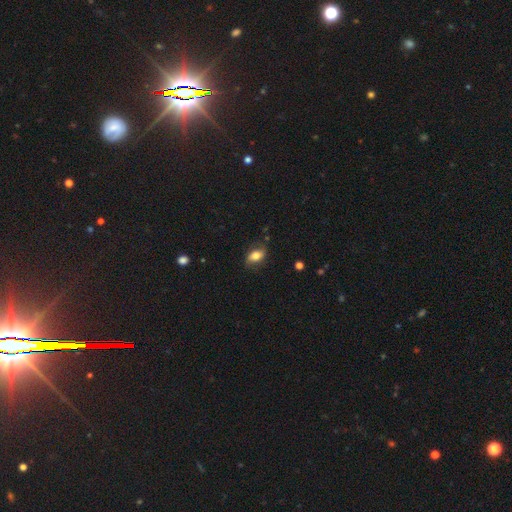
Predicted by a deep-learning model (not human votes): Smooth or featured: smooth — 72% (featured or disk — 20%)
How rounded: in between — 86% (round — 10%)
Merging: none — 72% (minor disturbance — 20%)